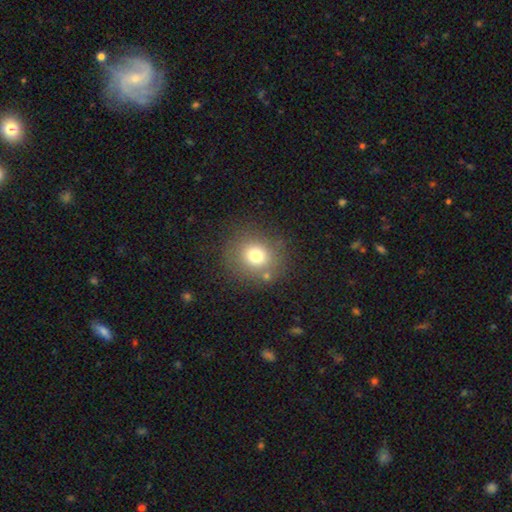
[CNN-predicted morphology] This is likely a smooth galaxy (74%). How rounded: clearly round (86%). Merging: clearly none (81%).